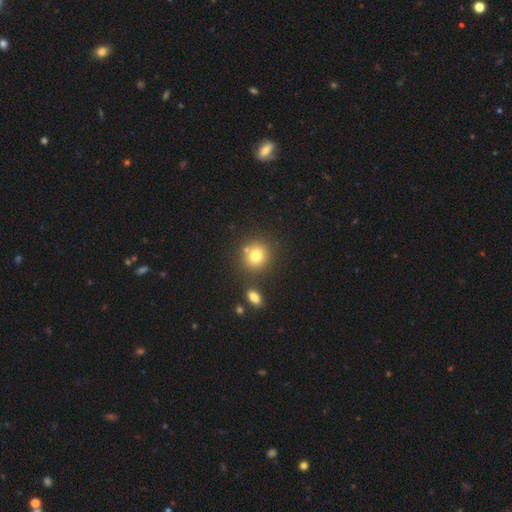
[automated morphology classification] Smooth or featured? Predicted: smooth (p=0.78). How rounded? Predicted: round (p=0.84). Merging? Predicted: none (p=0.73).